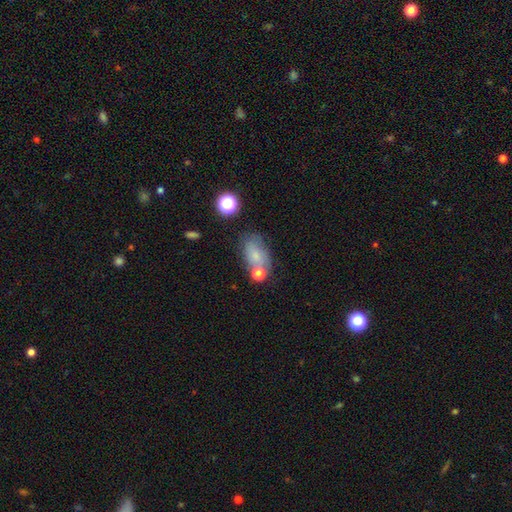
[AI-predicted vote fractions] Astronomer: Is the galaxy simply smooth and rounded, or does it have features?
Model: smooth — 71%.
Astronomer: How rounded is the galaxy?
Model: in between — 85%.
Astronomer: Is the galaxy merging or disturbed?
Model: none — 51%.